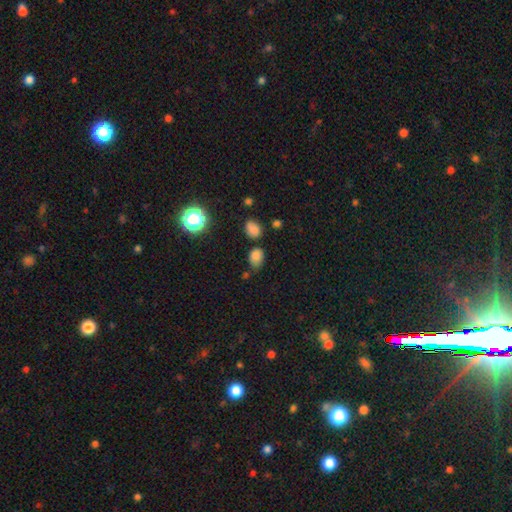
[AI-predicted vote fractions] smooth 78%, star or artifact 16%, featured or disk 5%. Down the decision tree: how rounded — in between (71%); merging — none (68%).